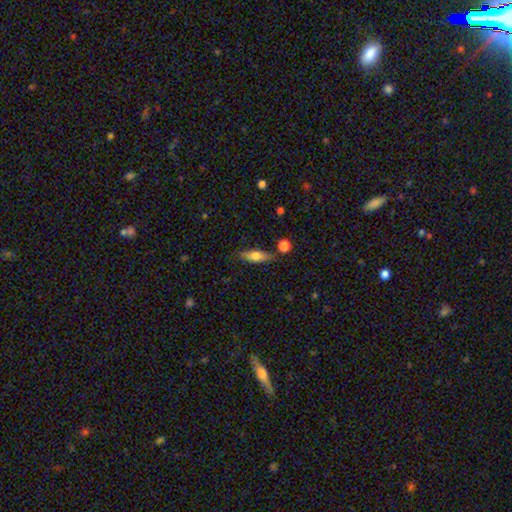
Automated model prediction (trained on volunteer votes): A smooth galaxy with no disk features (66%) that is in between round and cigar-shaped (58%). Merging: none (75%).